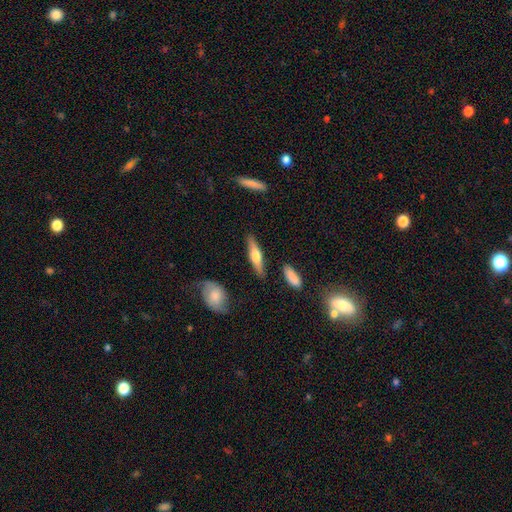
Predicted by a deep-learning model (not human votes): This appears to be a featured or disk galaxy (50%) viewed edge-on (93%). Merging: none (85%).